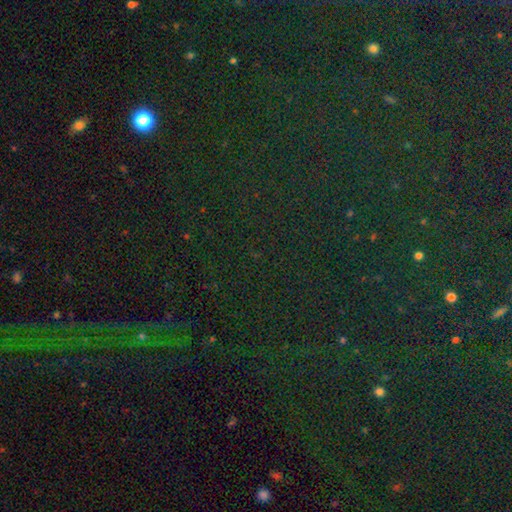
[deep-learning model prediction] smooth-or-featured: star or artifact: 82% | smooth: 9% | featured or disk: 9%